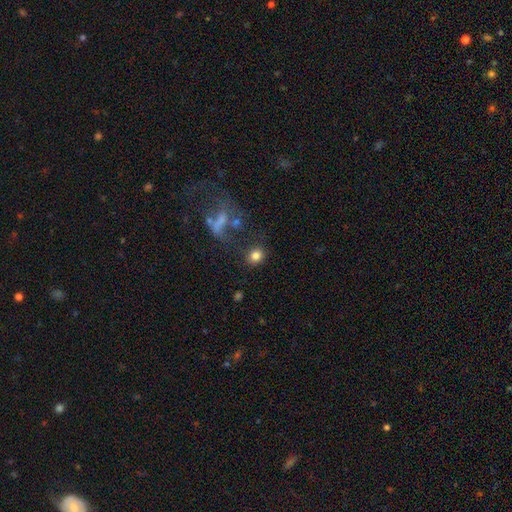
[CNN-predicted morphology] A smooth galaxy with no disk features (80%) that is round (72%). Merging: none (77%).